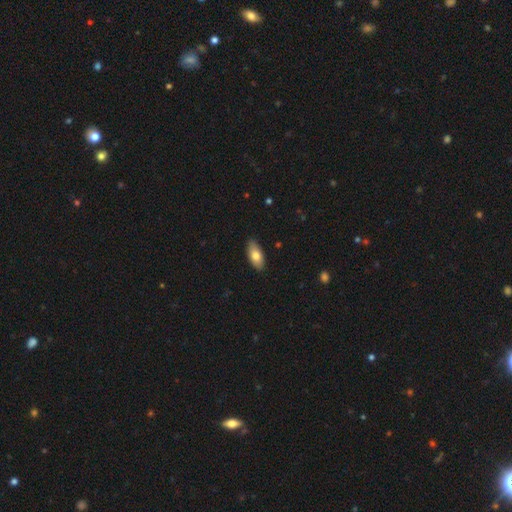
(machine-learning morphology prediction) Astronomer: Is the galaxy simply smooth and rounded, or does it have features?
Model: smooth — 76%.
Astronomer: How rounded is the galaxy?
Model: in between — 88%.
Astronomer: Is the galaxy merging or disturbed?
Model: none — 88%.